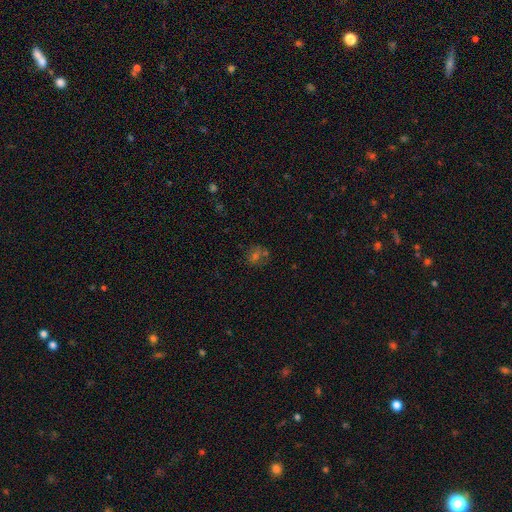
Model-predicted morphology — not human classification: A smooth galaxy with no disk features (43%). Merging: none (67%).